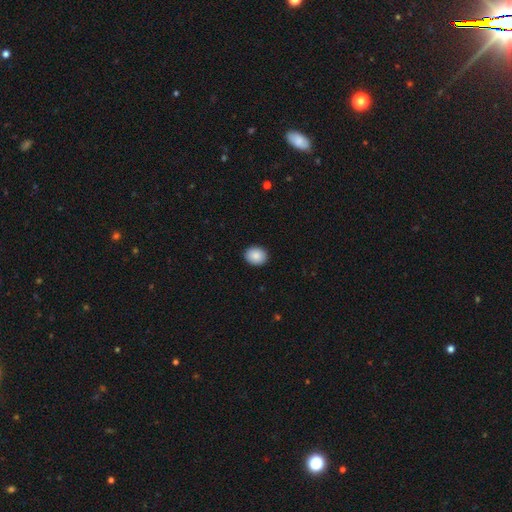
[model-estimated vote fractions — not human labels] Smooth or featured? smooth (88%)
How rounded? round (61%)
Merging? none (91%)